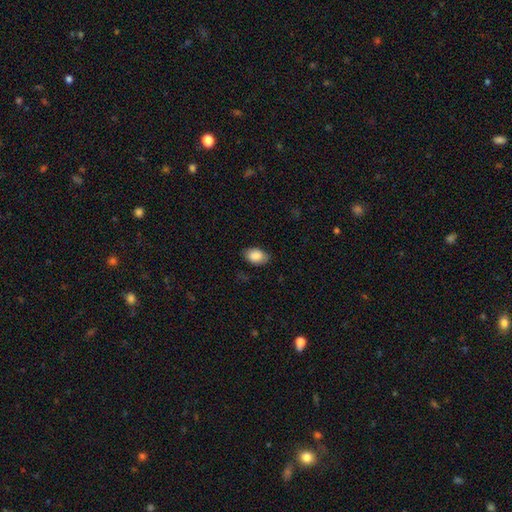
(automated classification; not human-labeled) Overall: smooth (87%). How rounded: in between (87%). Merging: none (79%).